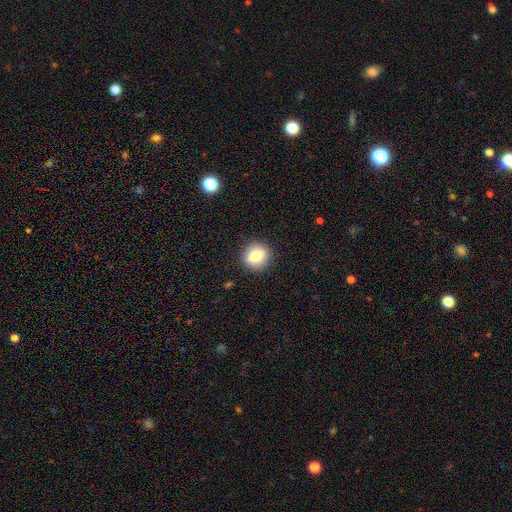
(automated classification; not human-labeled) Morphology: type=smooth (78%); roundness=round (80%); merging=none (89%).